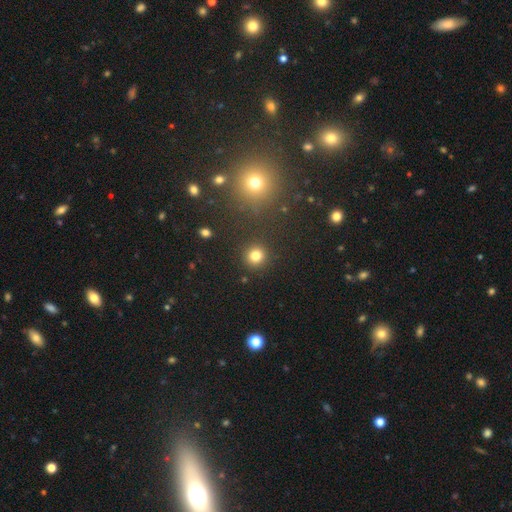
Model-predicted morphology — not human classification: Smooth or featured?
  - smooth: 80% *
  - star or artifact: 14%
  - featured or disk: 5%
How rounded?
  - round: 91% *
  - in between: 8%
  - cigar-shaped: 1%
Merging?
  - none: 90% *
  - minor disturbance: 5%
  - major disturbance: 2%
  - merger: 2%